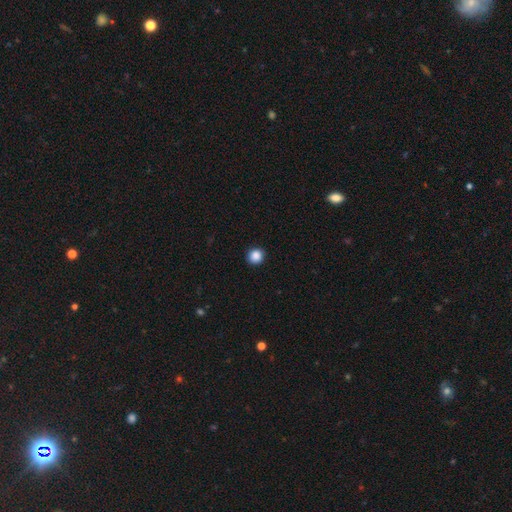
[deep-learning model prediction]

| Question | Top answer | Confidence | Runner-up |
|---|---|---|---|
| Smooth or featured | smooth | 88% | star or artifact (10%) |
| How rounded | round | 94% | in between (5%) |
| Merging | none | 92% | minor disturbance (5%) |